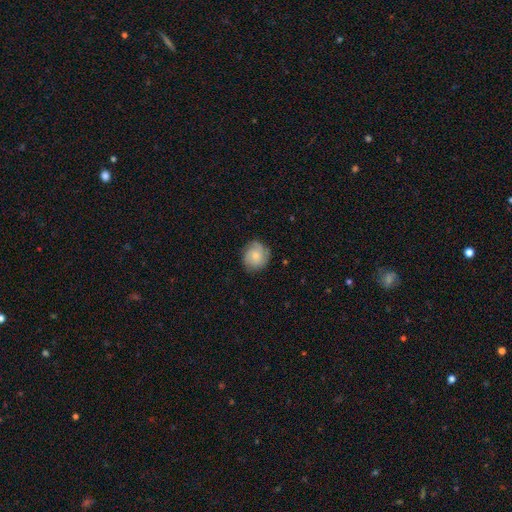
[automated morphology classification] Overall: smooth (54%; featured or disk 38%). How rounded: round (85%). Merging: none (78%).